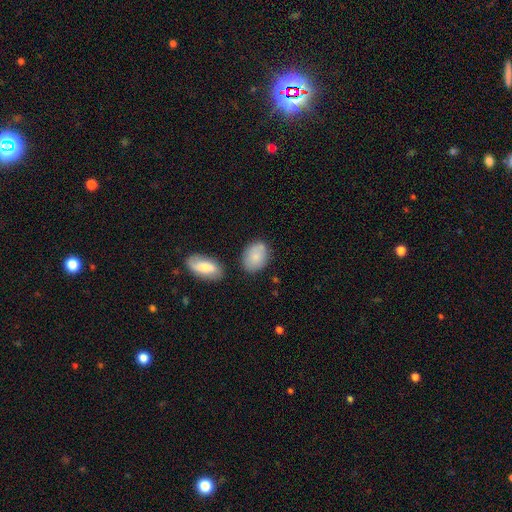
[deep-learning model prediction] Smooth or featured: smooth — 81% (featured or disk — 12%)
How rounded: in between — 77% (round — 21%)
Merging: none — 68% (minor disturbance — 17%)